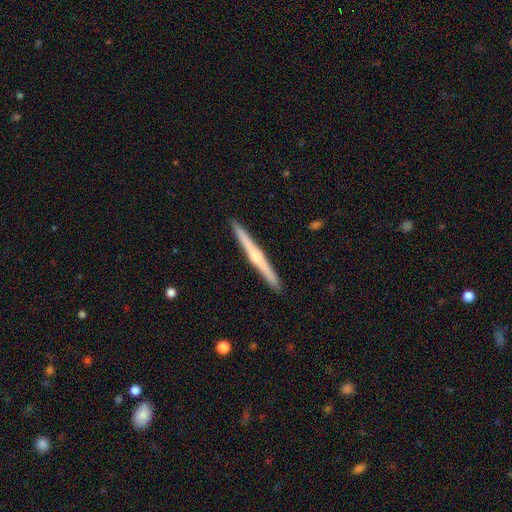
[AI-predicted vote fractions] Q: Smooth or featured?
A: featured or disk (71%); runner-up: smooth (24%)
Q: Edge-on disk?
A: yes (98%); runner-up: no (2%)
Q: Edge-on bulge?
A: rounded (80%); runner-up: none (15%)
Q: Merging?
A: none (93%); runner-up: minor disturbance (5%)